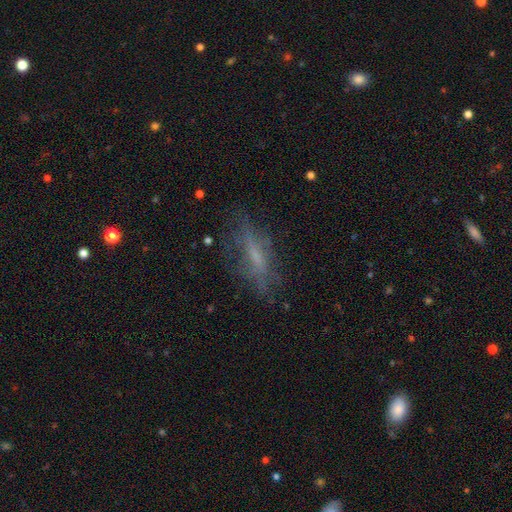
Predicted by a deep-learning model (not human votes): smooth_or_featured: featured or disk (p=0.46) [alt: smooth p=0.41]
merging: none (p=0.67) [alt: minor disturbance p=0.20]